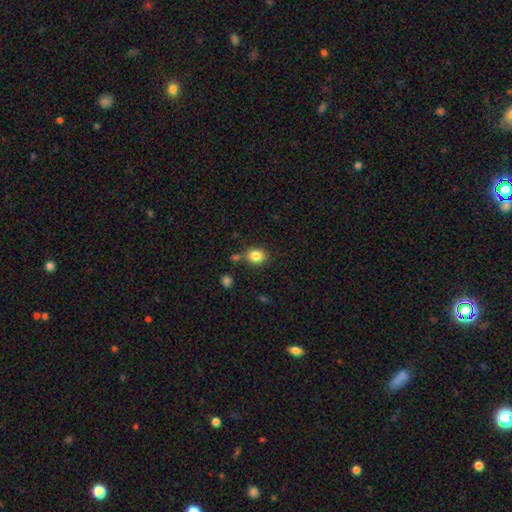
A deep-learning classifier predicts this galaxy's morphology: Smooth or featured? Predicted: smooth (p=0.83). How rounded? Predicted: round (p=0.54). Merging? Predicted: none (p=0.75).